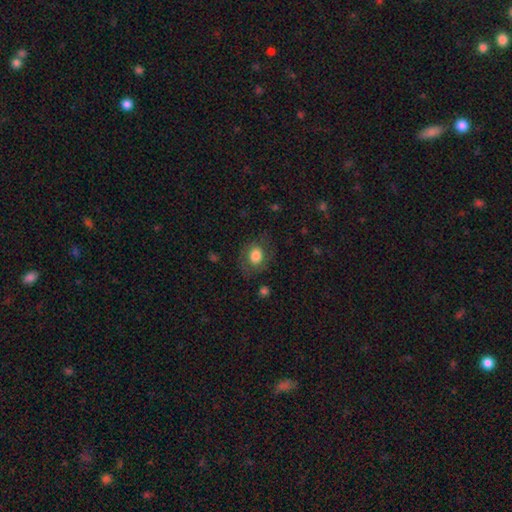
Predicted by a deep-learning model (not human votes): Morphology: type=smooth (74%); roundness=round (51%); merging=none (73%).